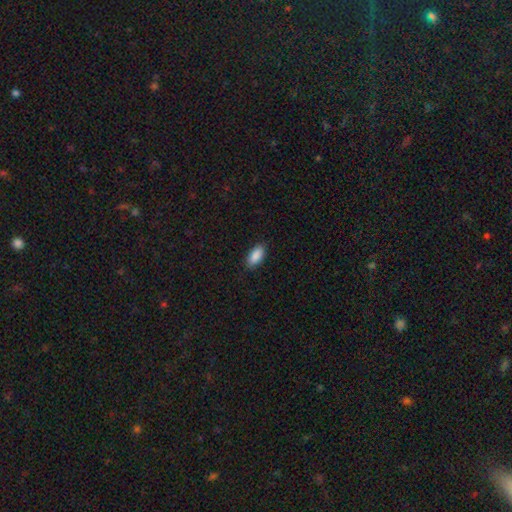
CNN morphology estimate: This is clearly a smooth galaxy (90%). How rounded: clearly in between (91%). Merging: clearly none (88%).